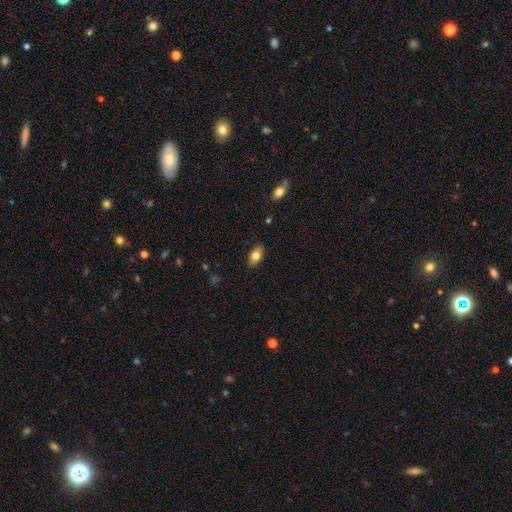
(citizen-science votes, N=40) Morphology: type=smooth (80%); roundness=in between (94%); merging=none (89%).